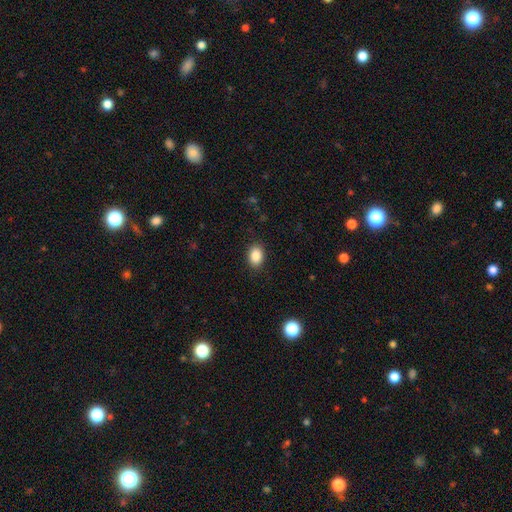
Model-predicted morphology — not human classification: smooth_or_featured: smooth (p=0.87) [alt: star or artifact p=0.08]
how_rounded: in between (p=0.79) [alt: round p=0.20]
merging: none (p=0.88) [alt: minor disturbance p=0.08]